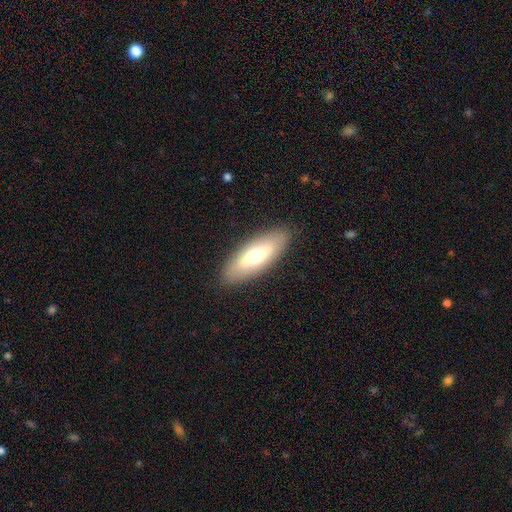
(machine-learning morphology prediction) The model was most divided on "smooth or featured": smooth: 60%, featured or disk: 34%, star or artifact: 6%. More confident: merging — none (88%); how rounded — in between (68%).